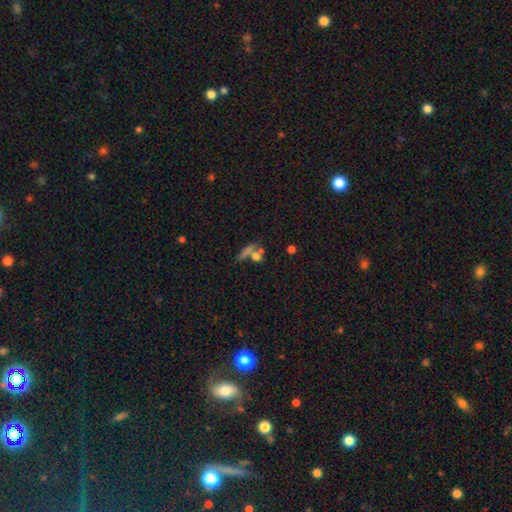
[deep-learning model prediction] Smooth or featured?
  - smooth: 52% *
  - star or artifact: 25%
  - featured or disk: 22%
How rounded?
  - round: 41% *
  - in between: 32%
  - cigar-shaped: 27%
Merging?
  - none: 48% *
  - merger: 32%
  - minor disturbance: 11%
  - major disturbance: 9%